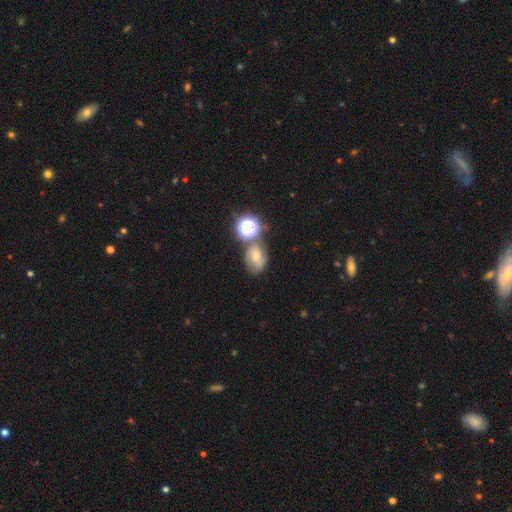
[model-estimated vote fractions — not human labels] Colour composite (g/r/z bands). It shows a smooth galaxy with no disk features (37%). Merging: none (64%).